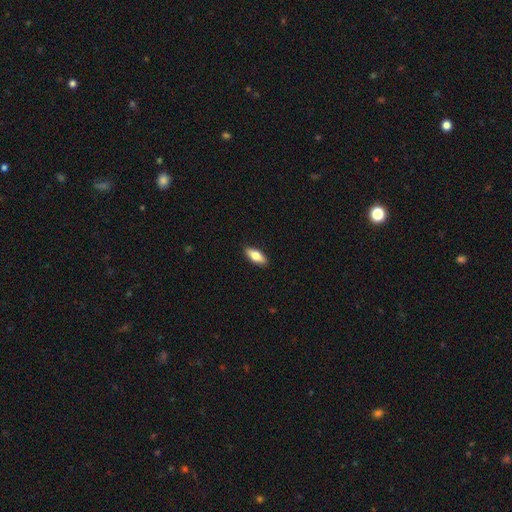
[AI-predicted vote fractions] This is likely a smooth galaxy (72%). How rounded: likely in between (74%). Merging: clearly none (89%).